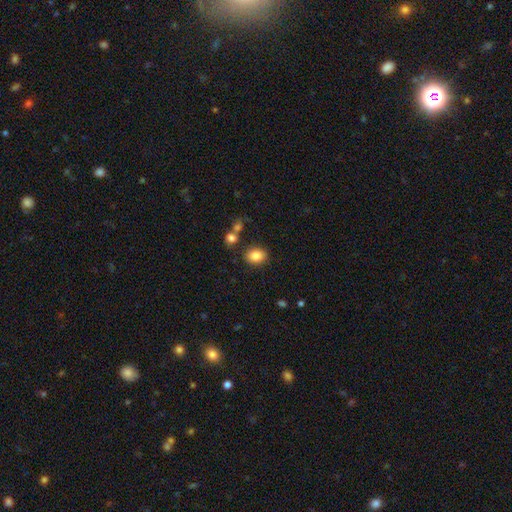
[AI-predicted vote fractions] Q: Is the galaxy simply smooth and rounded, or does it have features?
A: smooth — 85%.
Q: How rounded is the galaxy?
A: in between — 62%.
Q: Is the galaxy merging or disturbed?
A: none — 81%.